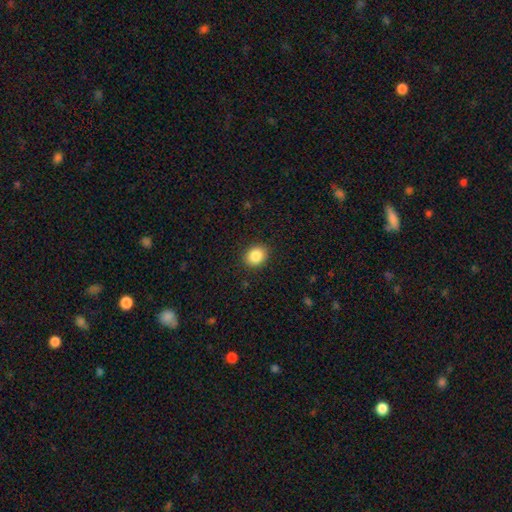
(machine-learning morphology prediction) This appears to be a smooth galaxy with no disk features (86%) that is round (59%). Merging: none (90%).